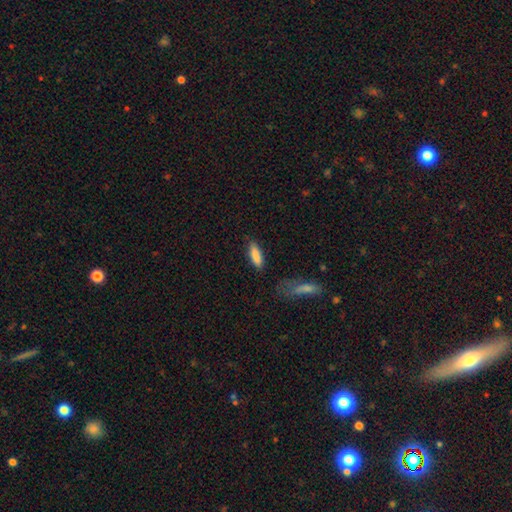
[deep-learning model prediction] Smooth or featured? Predicted: smooth (p=0.85). How rounded? Predicted: cigar-shaped (p=0.49, tied with in between). Merging? Predicted: none (p=0.80).